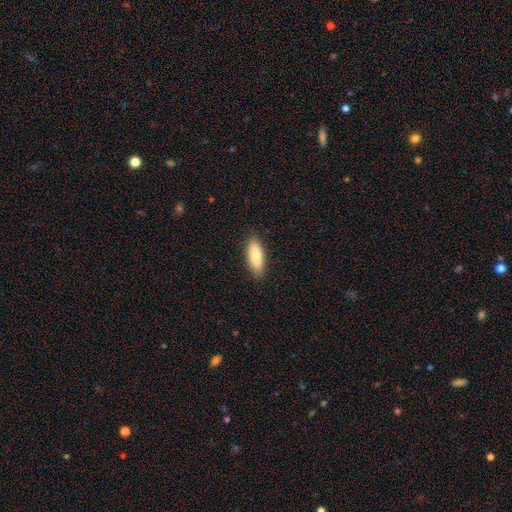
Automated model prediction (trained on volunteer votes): Smooth or featured: smooth — 82% (featured or disk — 13%)
How rounded: in between — 68% (cigar-shaped — 30%)
Merging: none — 88% (minor disturbance — 9%)